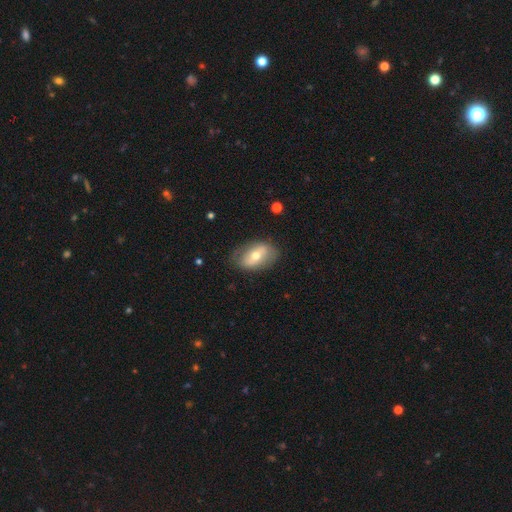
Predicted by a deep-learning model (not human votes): A smooth galaxy with no disk features (47%, tied with featured or disk).

Vote fractions:
- Smooth or featured? smooth: 47% (tied) / featured or disk: 47% (tied) / star or artifact: 7%
- Merging? none: 77% / minor disturbance: 16% / major disturbance: 5% / merger: 1%